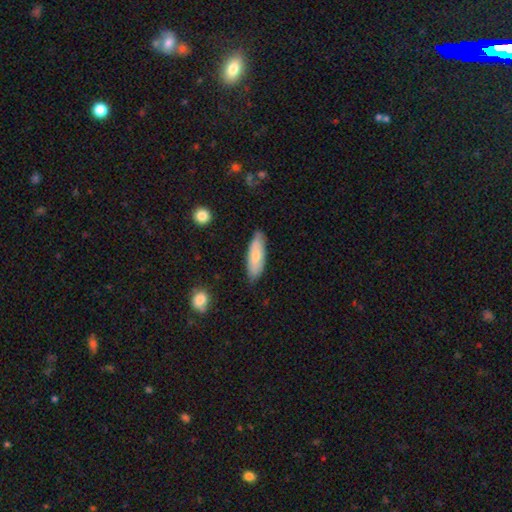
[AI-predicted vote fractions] Q: Smooth or featured?
A: smooth (69%); runner-up: featured or disk (26%)
Q: How rounded?
A: in between (56%); runner-up: cigar-shaped (41%)
Q: Merging?
A: none (81%); runner-up: minor disturbance (15%)